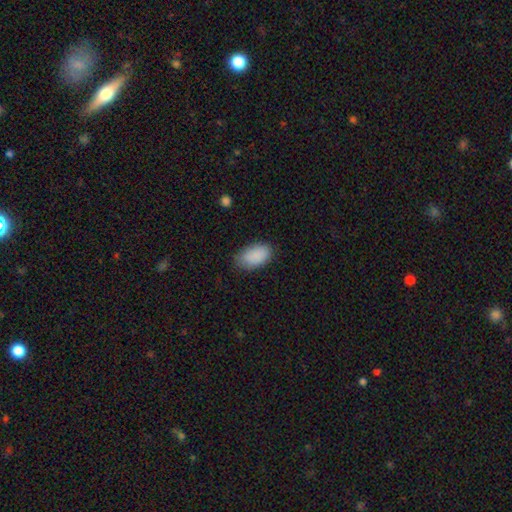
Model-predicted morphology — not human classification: type=smooth (89%); roundness=in between (94%); merging=none (79%).